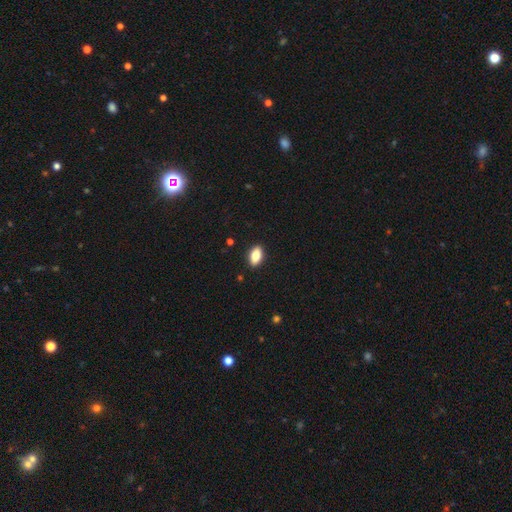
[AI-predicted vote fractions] Overall: smooth (81%). How rounded: in between (89%). Merging: none (89%).